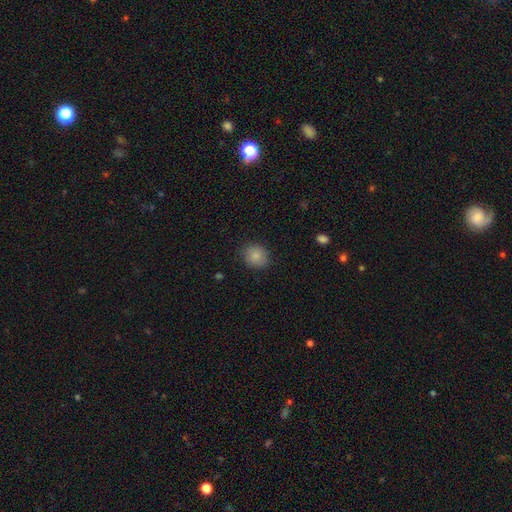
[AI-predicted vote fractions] Morphology: type=smooth (86%); roundness=round (75%); merging=none (84%).